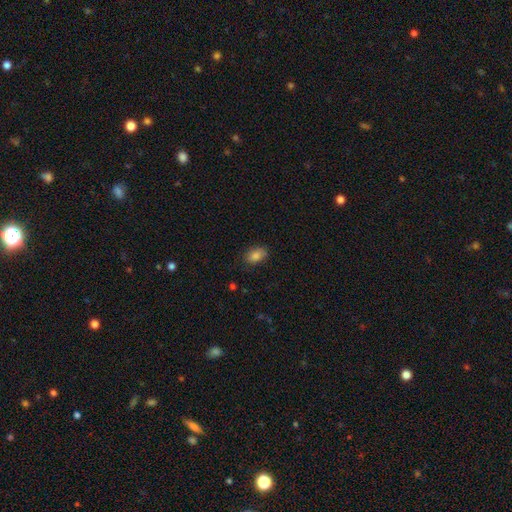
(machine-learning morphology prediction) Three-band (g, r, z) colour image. It shows a smooth galaxy with no disk features (85%) that is in between round and cigar-shaped (85%). Merging: none (80%).